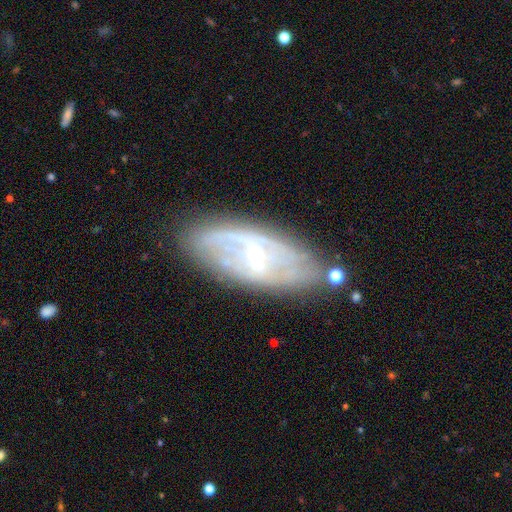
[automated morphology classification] A featured or disk galaxy (72%) with a weak bar (48%), spiral arms (69%) and a small central bulge (61%). Merging: none (73%).